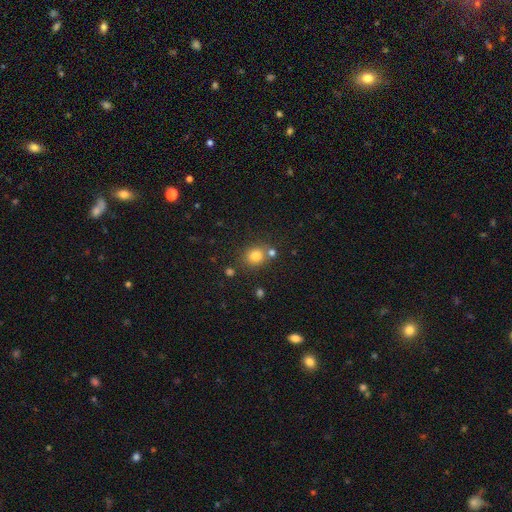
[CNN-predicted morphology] A smooth galaxy with no disk features (80%) that is round (78%).

Vote fractions:
- Smooth or featured? smooth: 80% / star or artifact: 13% / featured or disk: 7%
- How rounded? round: 78% / in between: 21% / cigar-shaped: 1%
- Merging? none: 70% / merger: 17% / minor disturbance: 10% / major disturbance: 3%